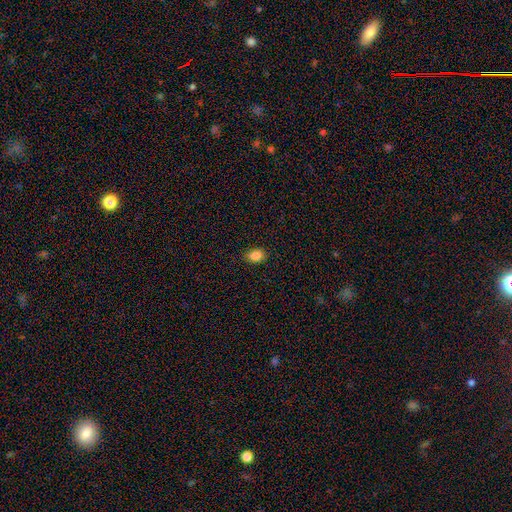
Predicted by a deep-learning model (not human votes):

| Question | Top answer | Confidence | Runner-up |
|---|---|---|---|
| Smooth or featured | smooth | 86% | star or artifact (9%) |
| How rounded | in between | 71% | round (28%) |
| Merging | none | 87% | minor disturbance (10%) |